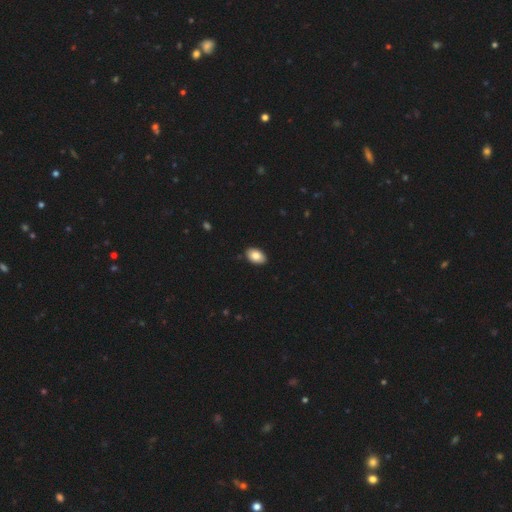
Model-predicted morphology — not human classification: Smooth or featured? smooth (84%)
How rounded? in between (91%)
Merging? none (89%)